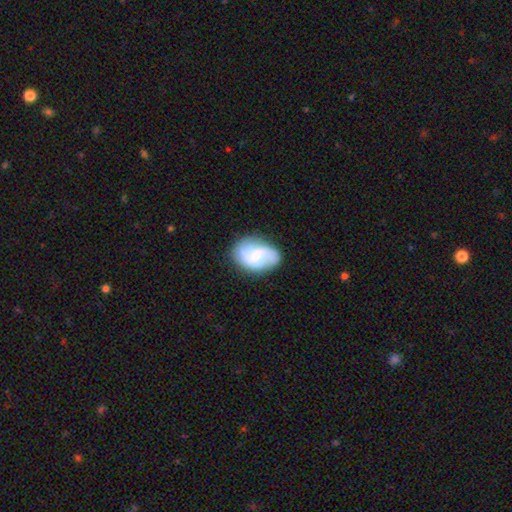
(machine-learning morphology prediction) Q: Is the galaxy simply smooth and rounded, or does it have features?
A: featured or disk — 56%.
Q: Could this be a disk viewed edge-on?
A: no — 97%.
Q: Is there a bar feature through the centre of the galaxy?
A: no — 46%.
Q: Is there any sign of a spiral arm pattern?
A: yes — 85%.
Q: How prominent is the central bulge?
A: small — 54%.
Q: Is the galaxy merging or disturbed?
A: none — 70%.